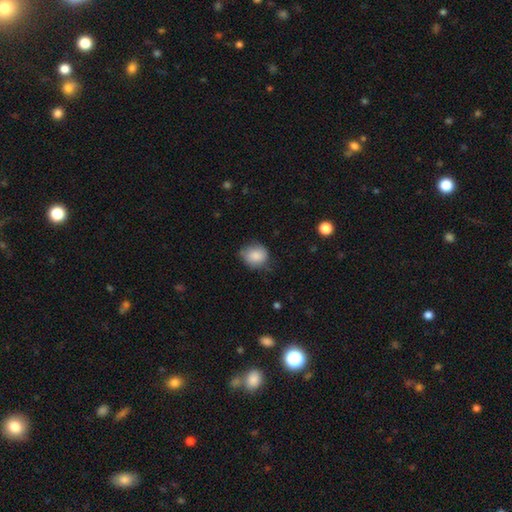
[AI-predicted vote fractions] smooth-or-featured: smooth: 85% | featured or disk: 8% | star or artifact: 7%
  how-rounded: round: 71% | in between: 28% | cigar-shaped: 1%
  merging: none: 65% | minor disturbance: 28% | major disturbance: 6% | merger: 1%